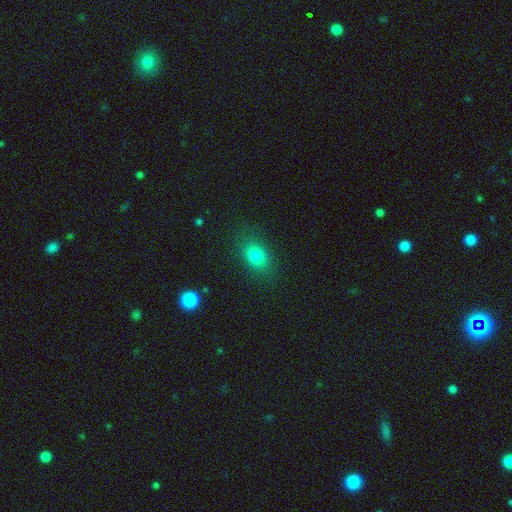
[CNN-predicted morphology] The model was most divided on "how rounded": in between: 69%, round: 29%, cigar-shaped: 2%. More confident: merging — none (83%); smooth or featured — smooth (82%).